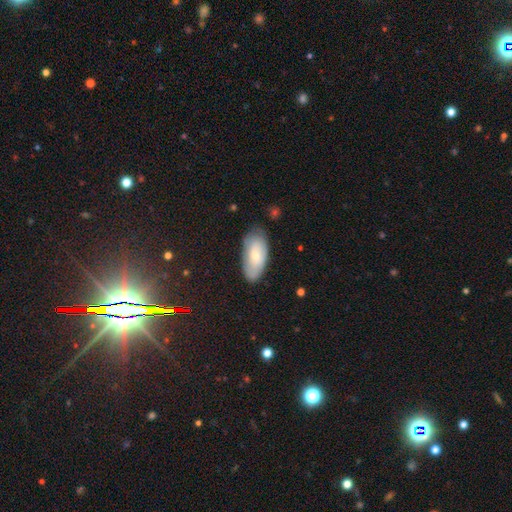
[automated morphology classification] Q: Smooth or featured?
A: smooth (66%); runner-up: featured or disk (28%)
Q: How rounded?
A: in between (91%); runner-up: cigar-shaped (7%)
Q: Merging?
A: none (70%); runner-up: minor disturbance (23%)